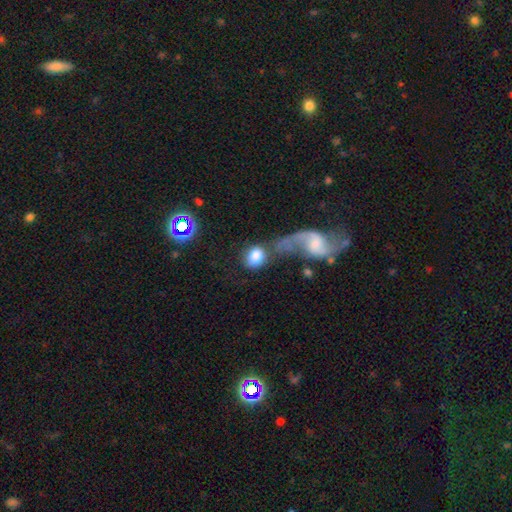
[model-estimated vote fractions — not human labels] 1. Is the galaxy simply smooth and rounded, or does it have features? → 77% smooth, 14% featured or disk, 8% star or artifact.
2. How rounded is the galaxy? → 49% in between (tied), 49% round (tied), 2% cigar-shaped.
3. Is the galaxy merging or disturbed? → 37% none, 34% merger, 15% major disturbance, 14% minor disturbance.